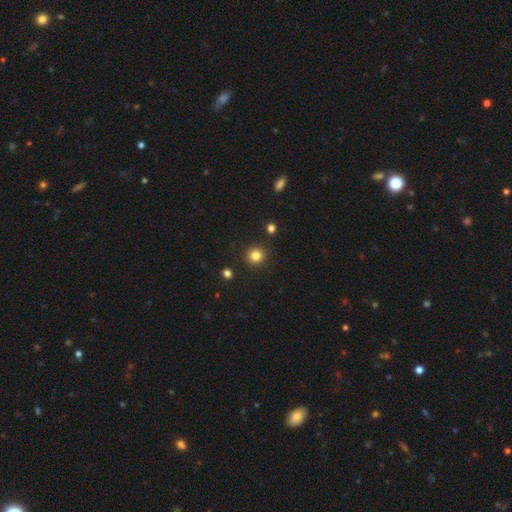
smooth 82%, star or artifact 12%, featured or disk 5%. Down the decision tree: how rounded — round (94%); merging — none (91%).